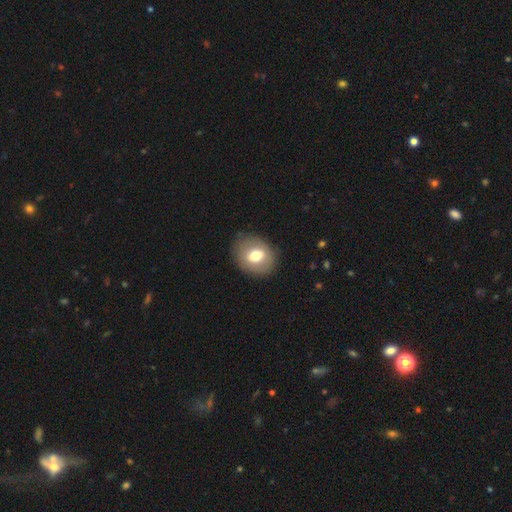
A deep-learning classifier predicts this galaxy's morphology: A smooth galaxy with no disk features (68%) that is round (54%). Merging: none (85%).